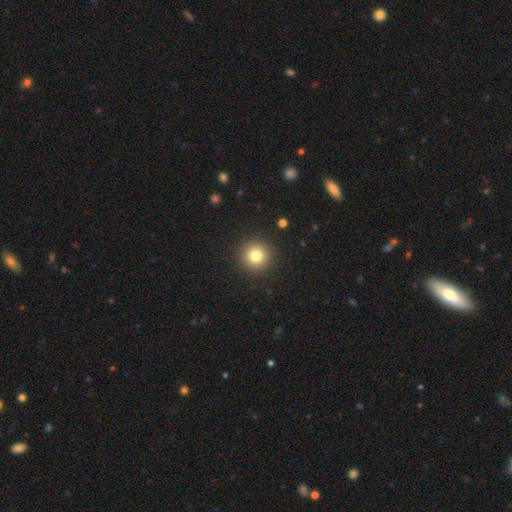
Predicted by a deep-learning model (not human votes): This is clearly a smooth galaxy (81%). How rounded: clearly round (95%). Merging: clearly none (92%).